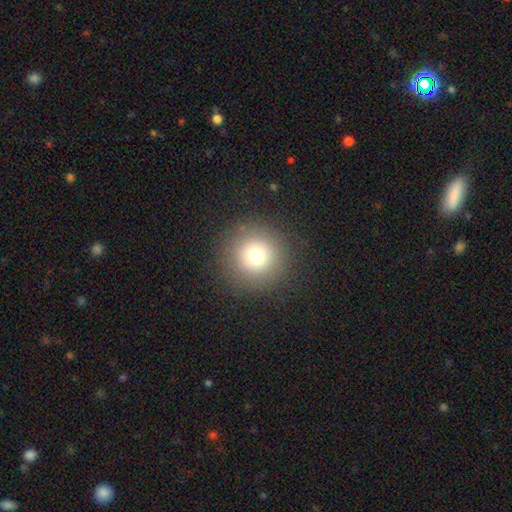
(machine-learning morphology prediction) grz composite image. It shows a smooth galaxy with no disk features (74%) that is round (96%). Merging: none (89%).